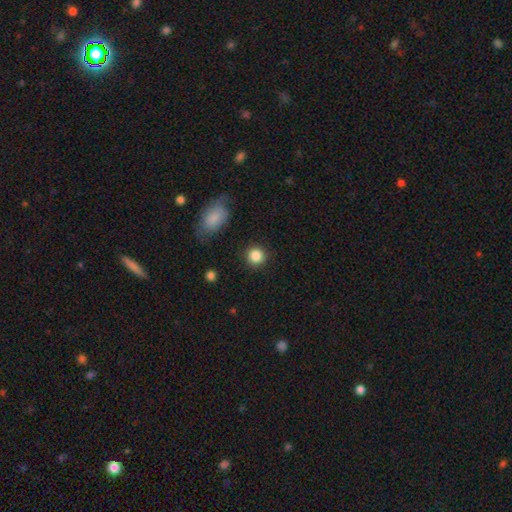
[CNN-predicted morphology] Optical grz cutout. It shows a smooth galaxy with no disk features (86%) that is round (92%). Merging: none (89%).